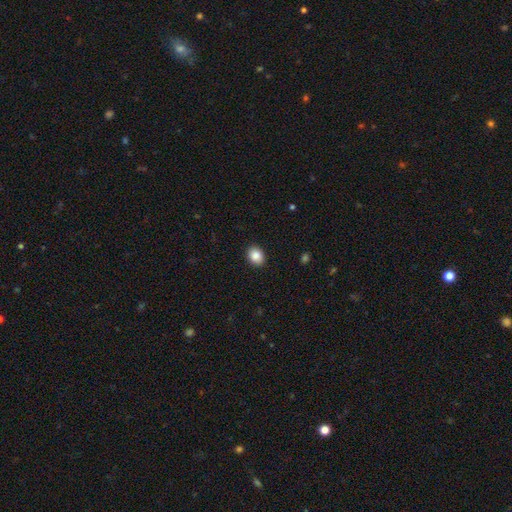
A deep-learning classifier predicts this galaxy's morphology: Smooth or featured: smooth — 88% (star or artifact — 8%)
How rounded: in between — 55% (round — 44%)
Merging: none — 90% (minor disturbance — 7%)